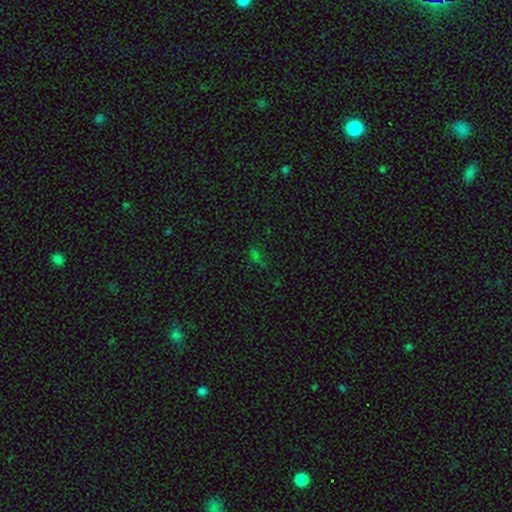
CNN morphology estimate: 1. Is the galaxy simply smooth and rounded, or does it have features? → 52% star or artifact, 39% smooth, 10% featured or disk.